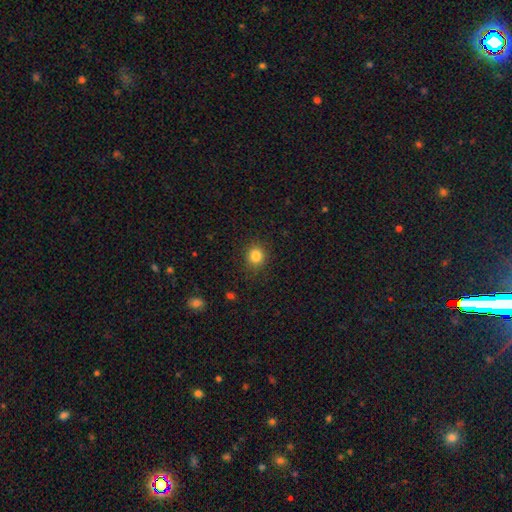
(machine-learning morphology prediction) Q: Smooth or featured?
A: smooth (84%); runner-up: star or artifact (11%)
Q: How rounded?
A: round (85%); runner-up: in between (15%)
Q: Merging?
A: none (88%); runner-up: minor disturbance (8%)